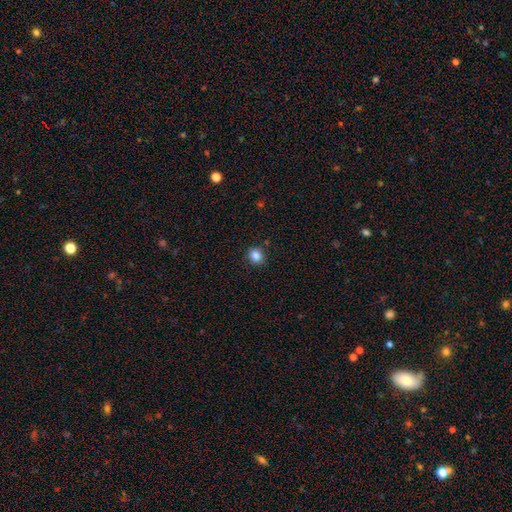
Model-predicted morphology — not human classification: Smooth or featured: smooth — 84% (star or artifact — 11%)
How rounded: round — 82% (in between — 17%)
Merging: none — 88% (minor disturbance — 9%)